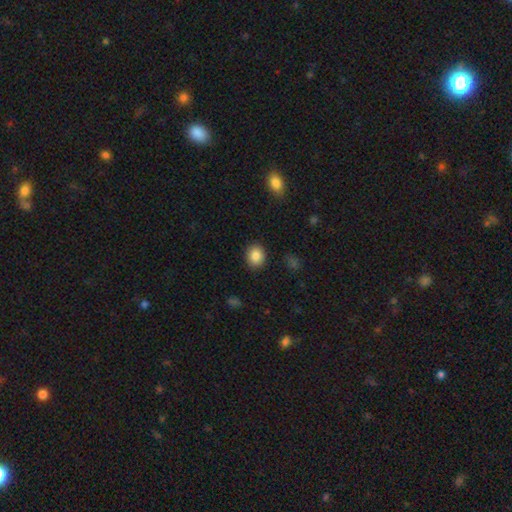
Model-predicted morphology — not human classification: Q: Smooth or featured?
A: smooth (85%); runner-up: star or artifact (9%)
Q: How rounded?
A: round (64%); runner-up: in between (35%)
Q: Merging?
A: none (89%); runner-up: minor disturbance (7%)